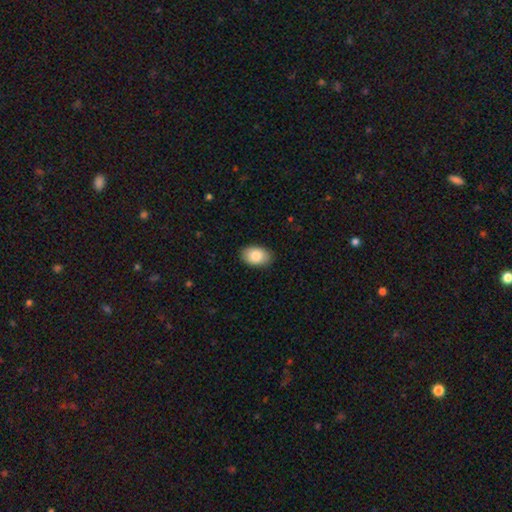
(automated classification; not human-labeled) Smooth or featured: smooth — 85% (featured or disk — 8%)
How rounded: in between — 87% (round — 12%)
Merging: none — 87% (minor disturbance — 10%)